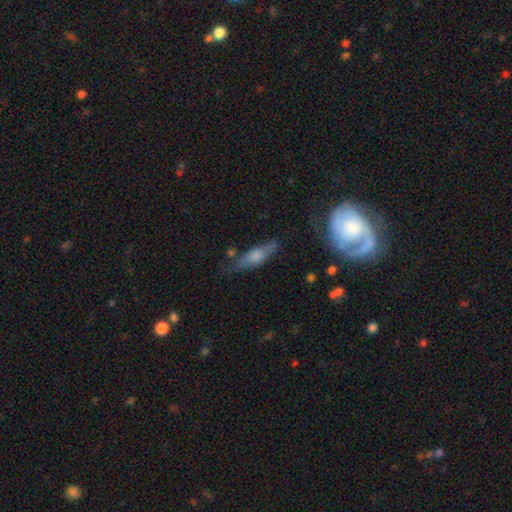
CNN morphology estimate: The model was most divided on "how rounded": cigar-shaped: 55%, in between: 42%, round: 3%. More confident: merging — none (61%); smooth or featured — smooth (54%).